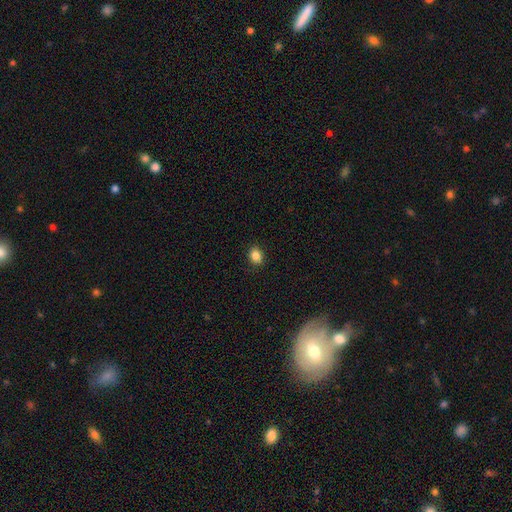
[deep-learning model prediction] smooth_or_featured: smooth (p=0.86) [alt: star or artifact p=0.10]
how_rounded: in between (p=0.56) [alt: round p=0.43]
merging: none (p=0.88) [alt: minor disturbance p=0.09]